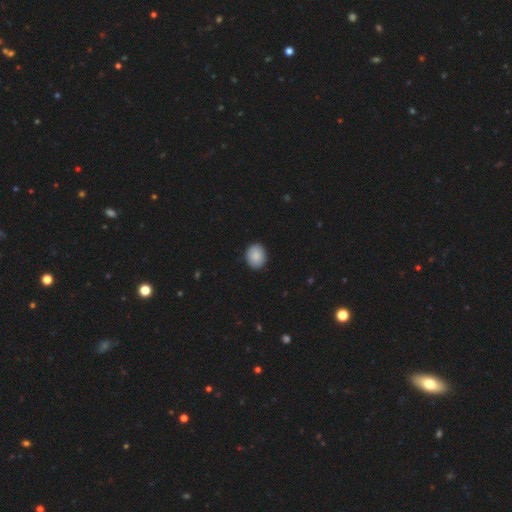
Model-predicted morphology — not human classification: Q: Smooth or featured?
A: smooth (87%); runner-up: star or artifact (8%)
Q: How rounded?
A: round (52%); runner-up: in between (48%)
Q: Merging?
A: none (91%); runner-up: minor disturbance (7%)